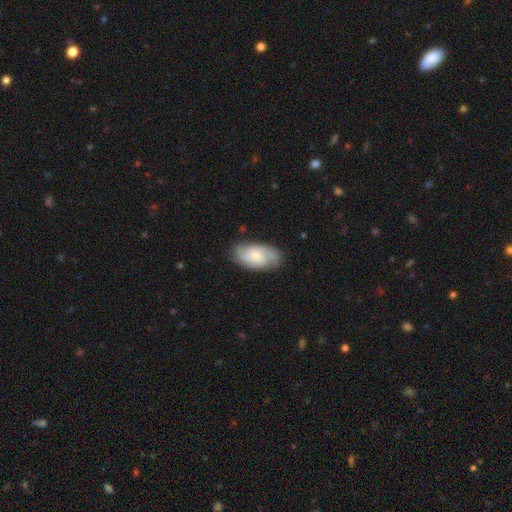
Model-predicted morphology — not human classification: type=featured or disk (70%); edge-on=no (96%); bar=no (67%); spiral arms=yes (94%); winding=medium (43%); arm count=2 (32%); bulge=small (53%); merging=none (77%).